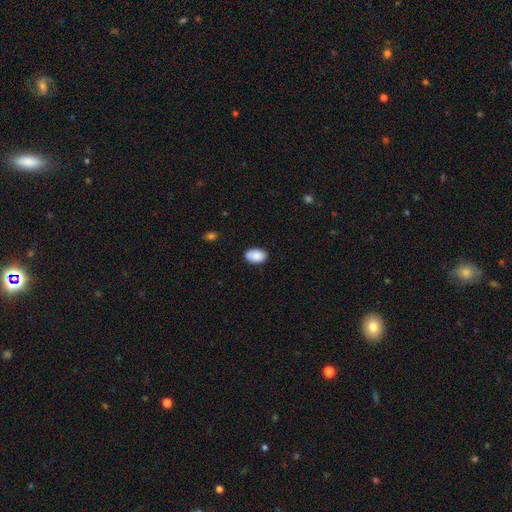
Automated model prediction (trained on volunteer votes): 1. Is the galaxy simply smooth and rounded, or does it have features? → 88% smooth, 7% star or artifact, 5% featured or disk.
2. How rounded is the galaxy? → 91% in between, 8% round, 1% cigar-shaped.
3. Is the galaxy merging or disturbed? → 82% none, 14% minor disturbance, 2% major disturbance, 1% merger.